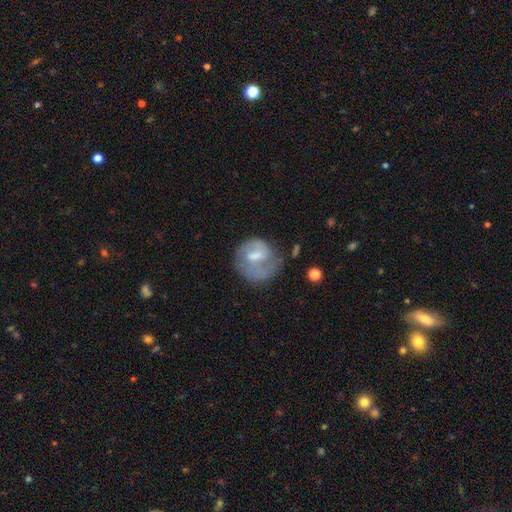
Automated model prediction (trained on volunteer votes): featured or disk 52%, smooth 41%, star or artifact 8%. Down the decision tree: edge-on disk — no (97%); merging — none (46%).